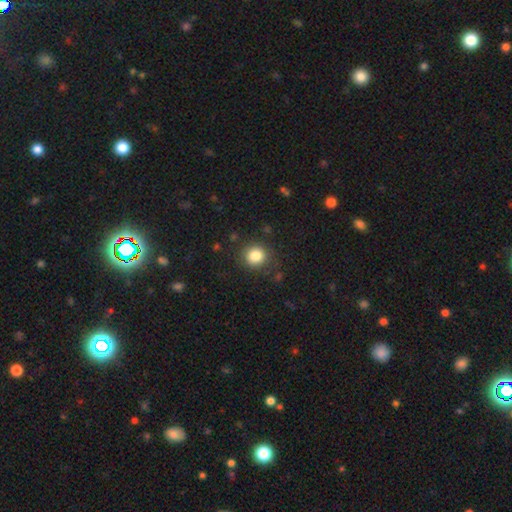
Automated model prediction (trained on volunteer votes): A smooth galaxy with no disk features (84%) that is round (86%).

Vote fractions:
- Smooth or featured? smooth: 84% / star or artifact: 11% / featured or disk: 5%
- How rounded? round: 86% / in between: 13% / cigar-shaped: 1%
- Merging? none: 86% / minor disturbance: 9% / major disturbance: 3% / merger: 2%